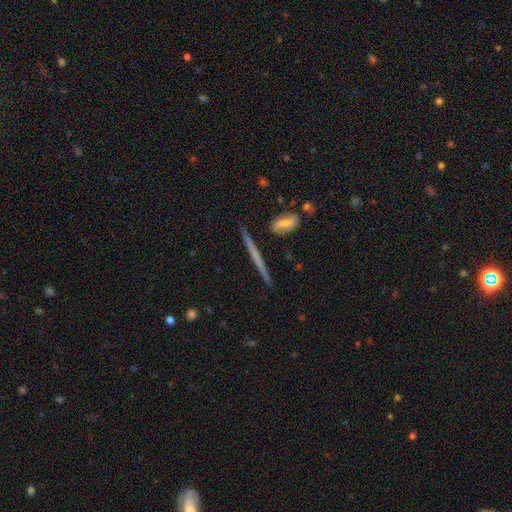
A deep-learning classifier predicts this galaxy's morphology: This appears to be a featured or disk galaxy (57%) viewed edge-on (96%) with no central bulge (81%). Merging: none (87%).